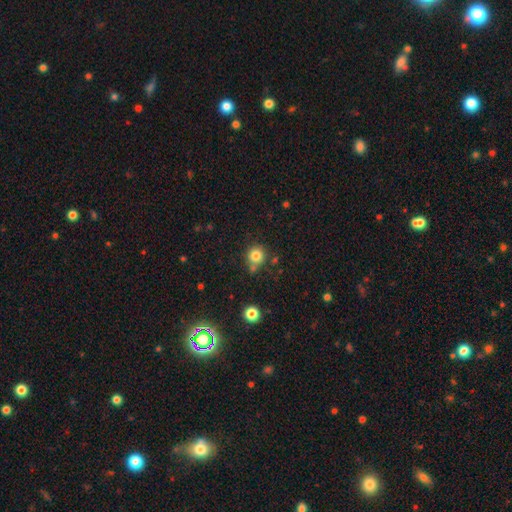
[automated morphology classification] smooth_or_featured: smooth (p=0.81) [alt: star or artifact p=0.12]
how_rounded: round (p=0.91) [alt: in between p=0.08]
merging: none (p=0.70) [alt: merger p=0.14]